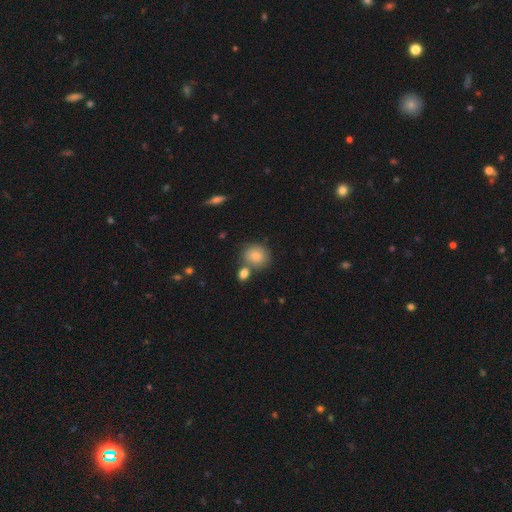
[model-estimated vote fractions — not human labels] Smooth or featured: smooth — 83% (featured or disk — 9%)
How rounded: round — 74% (in between — 25%)
Merging: none — 61% (merger — 22%)